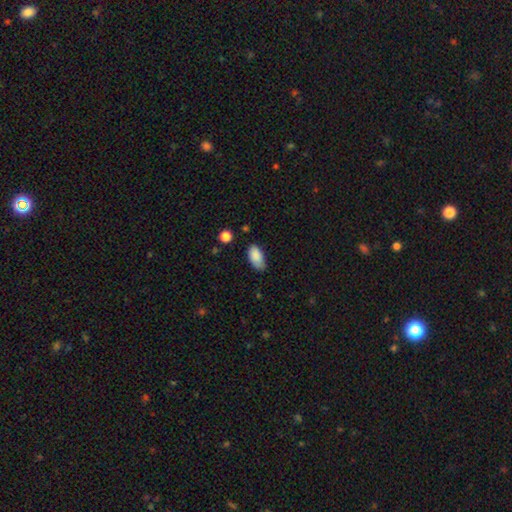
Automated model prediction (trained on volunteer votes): smooth-or-featured: smooth: 87% | star or artifact: 7% | featured or disk: 6%
  how-rounded: in between: 93% | round: 3% | cigar-shaped: 3%
  merging: none: 66% | minor disturbance: 28% | major disturbance: 5% | merger: 2%